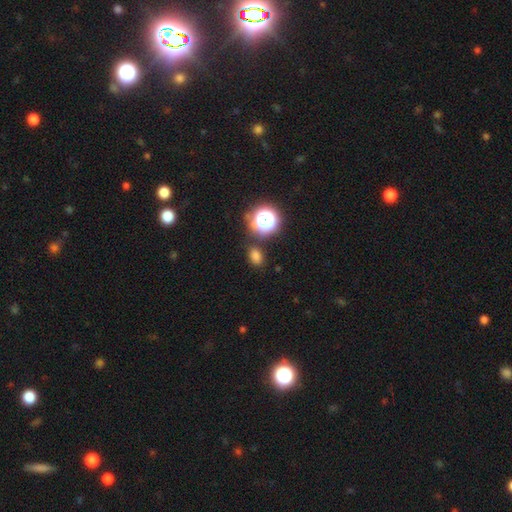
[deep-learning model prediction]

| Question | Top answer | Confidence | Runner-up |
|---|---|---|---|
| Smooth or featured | smooth | 74% | star or artifact (21%) |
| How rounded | in between | 66% | round (33%) |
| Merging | none | 79% | minor disturbance (11%) |